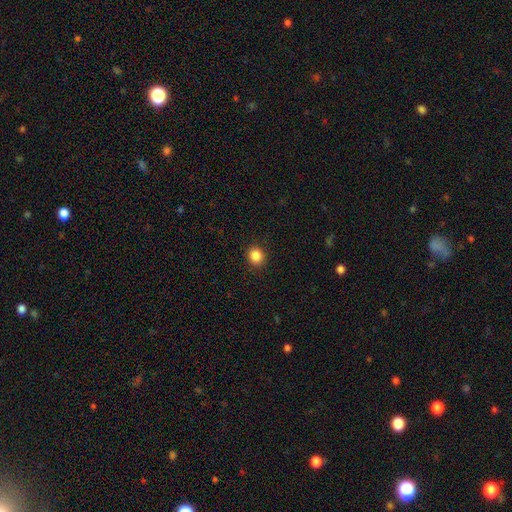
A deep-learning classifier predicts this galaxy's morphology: Overall: smooth (87%). How rounded: round (79%). Merging: none (91%).